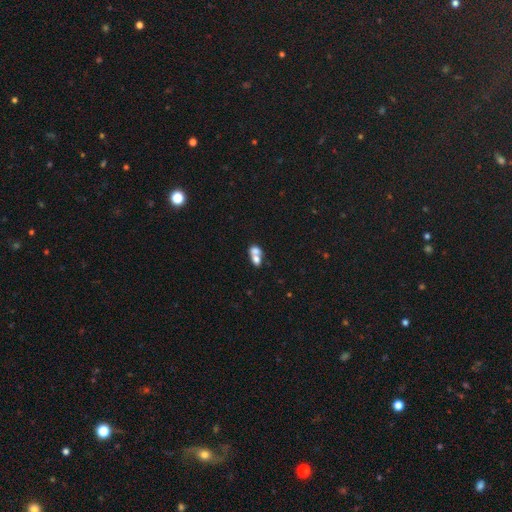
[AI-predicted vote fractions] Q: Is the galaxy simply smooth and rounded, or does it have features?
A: smooth — 68%.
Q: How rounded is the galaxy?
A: in between — 63%.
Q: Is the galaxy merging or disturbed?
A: merger — 72%.